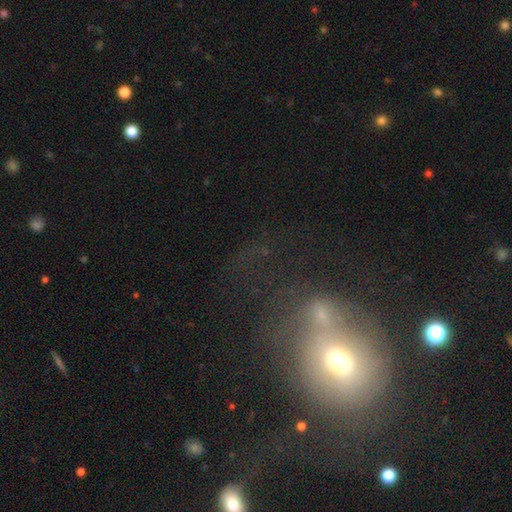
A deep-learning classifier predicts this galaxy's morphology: Smooth or featured? smooth (47%)
Merging? none (37%)